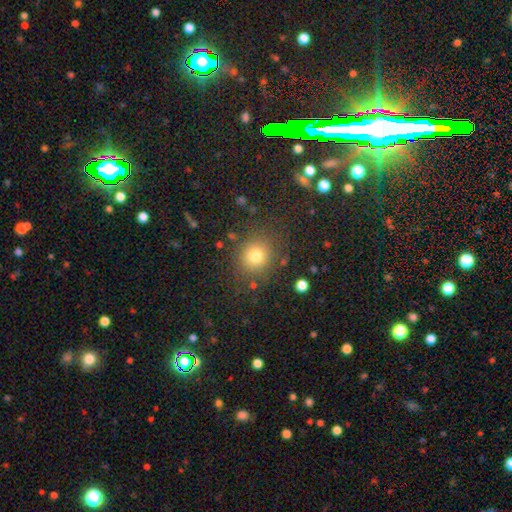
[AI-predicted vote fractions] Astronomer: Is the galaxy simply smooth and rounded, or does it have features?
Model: smooth — 77%.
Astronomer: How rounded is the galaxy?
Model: round — 85%.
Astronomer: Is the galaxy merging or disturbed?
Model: none — 83%.